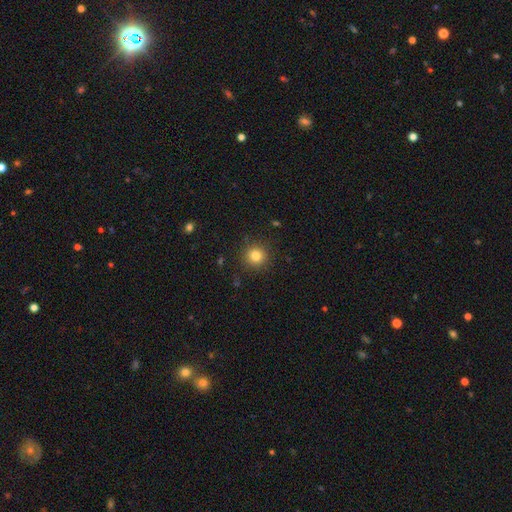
A smooth galaxy with no disk features (90%) that is round (97%).

Vote fractions:
- Smooth or featured? smooth: 90% / star or artifact: 10% / featured or disk: 0%
- How rounded? round: 97% / in between: 3% / cigar-shaped: 0%
- Merging? none: 92% / minor disturbance: 5% / major disturbance: 3% / merger: 0%